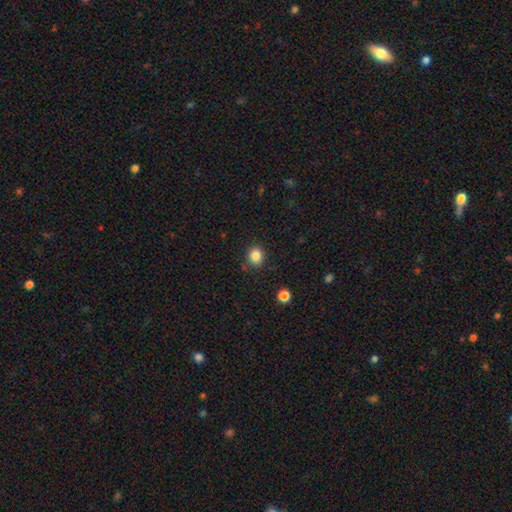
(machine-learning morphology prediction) smooth-or-featured: smooth: 84% | star or artifact: 11% | featured or disk: 4%
  how-rounded: round: 71% | in between: 28% | cigar-shaped: 1%
  merging: none: 85% | minor disturbance: 10% | major disturbance: 3% | merger: 3%